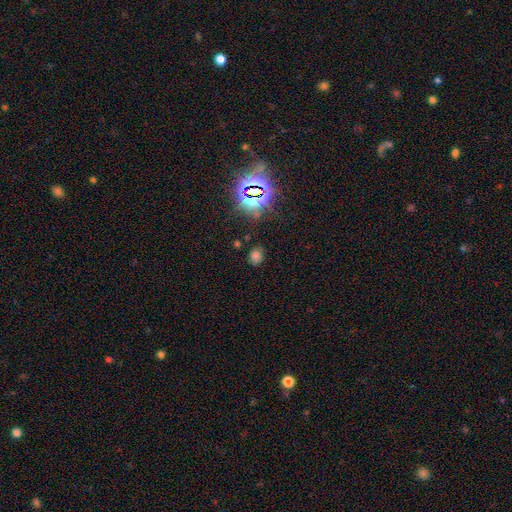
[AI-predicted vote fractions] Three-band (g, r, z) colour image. It shows a smooth galaxy with no disk features (62%) that is round (67%). Merging: none (82%).